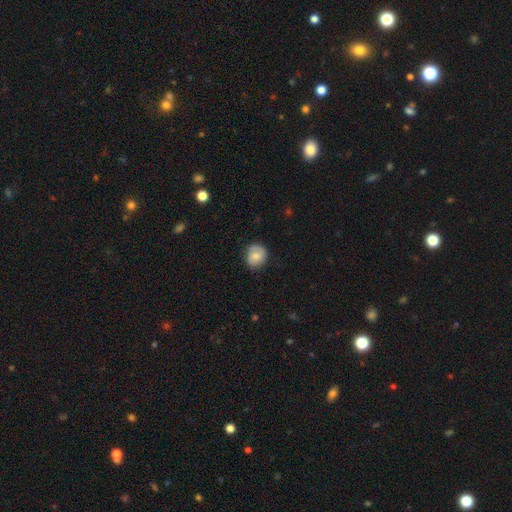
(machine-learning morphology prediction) smooth 68%, featured or disk 24%, star or artifact 8%. Down the decision tree: how rounded — round (76%); merging — none (74%).